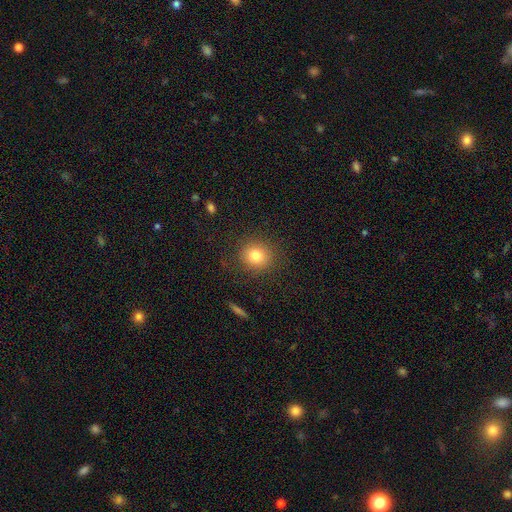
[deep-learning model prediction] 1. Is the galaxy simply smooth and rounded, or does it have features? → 79% smooth, 12% star or artifact, 9% featured or disk.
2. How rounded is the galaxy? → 85% round, 14% in between, 1% cigar-shaped.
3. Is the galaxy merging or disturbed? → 86% none, 9% minor disturbance, 4% major disturbance, 1% merger.